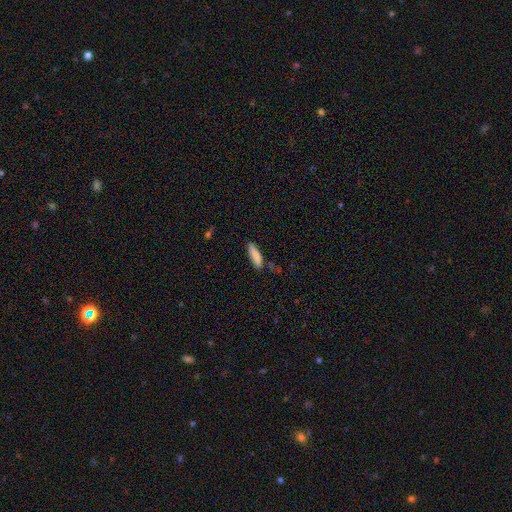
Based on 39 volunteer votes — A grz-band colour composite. It shows a smooth galaxy with no disk features (82%) that is cigar-shaped (62%). Merging: none (67%).